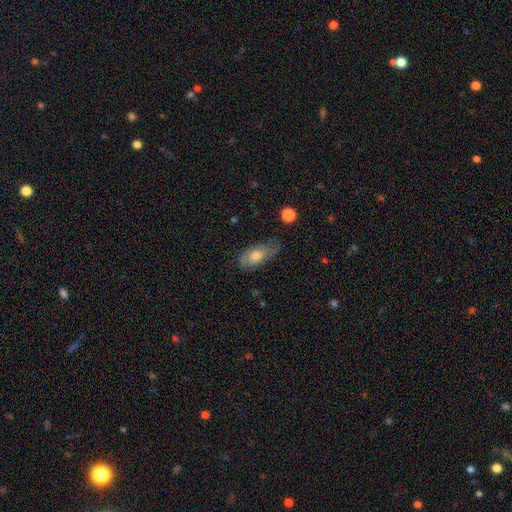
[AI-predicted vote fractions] Q: Smooth or featured?
A: smooth (58%); runner-up: featured or disk (34%)
Q: How rounded?
A: in between (87%); runner-up: cigar-shaped (7%)
Q: Merging?
A: none (55%); runner-up: minor disturbance (33%)